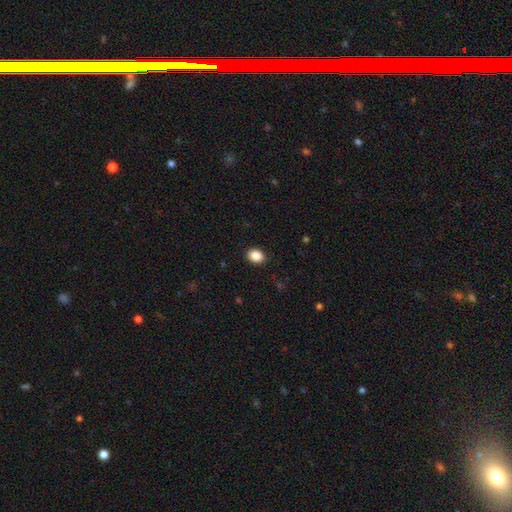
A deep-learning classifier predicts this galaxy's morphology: type=smooth (88%); roundness=in between (56%); merging=none (90%).